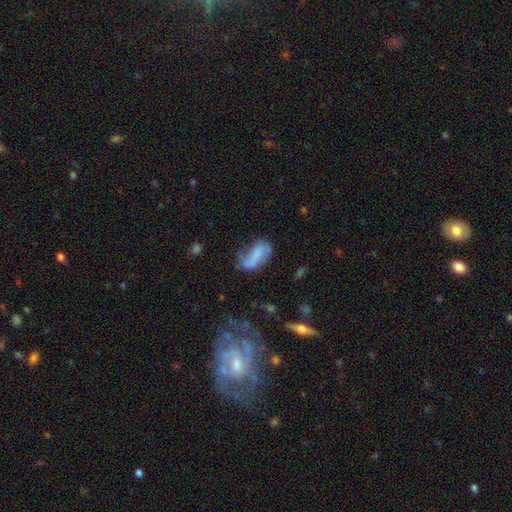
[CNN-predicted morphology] smooth 49%, featured or disk 41%, star or artifact 10%. Down the decision tree: merging — none (38%).